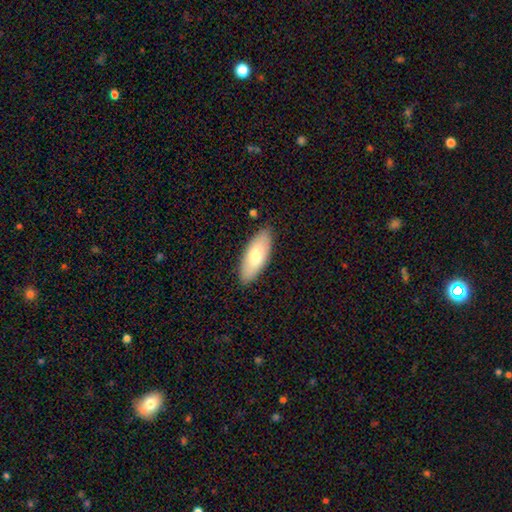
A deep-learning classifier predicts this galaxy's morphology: Smooth or featured? smooth (73%)
How rounded? in between (79%)
Merging? none (86%)